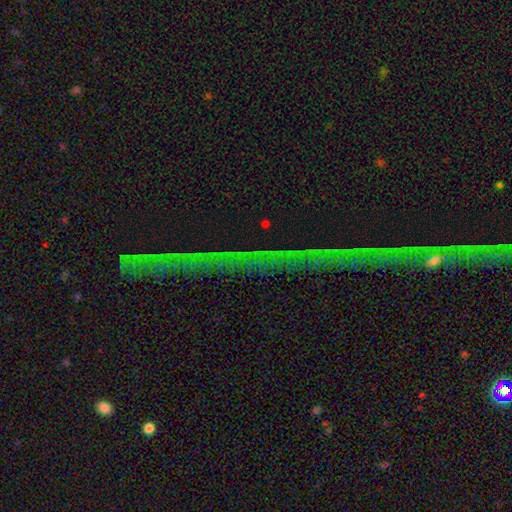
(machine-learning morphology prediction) Smooth or featured? Predicted: star or artifact (p=0.75).